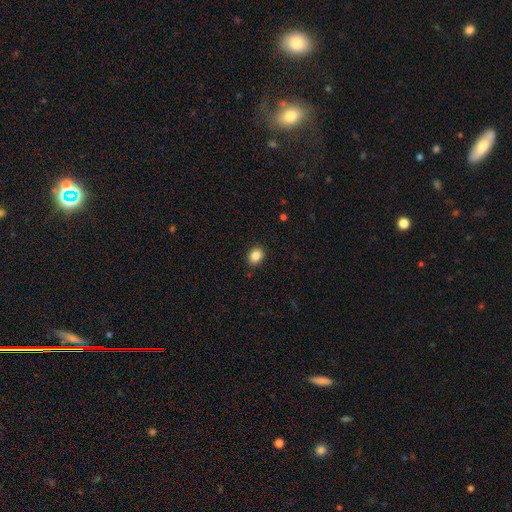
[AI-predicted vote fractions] Morphology: type=smooth (85%); roundness=in between (51%); merging=none (89%).